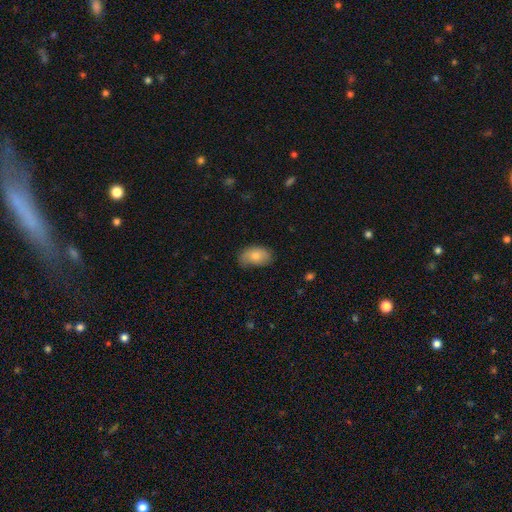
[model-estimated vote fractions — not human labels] Smooth or featured: smooth — 80% (featured or disk — 14%)
How rounded: in between — 91% (round — 7%)
Merging: none — 69% (minor disturbance — 25%)